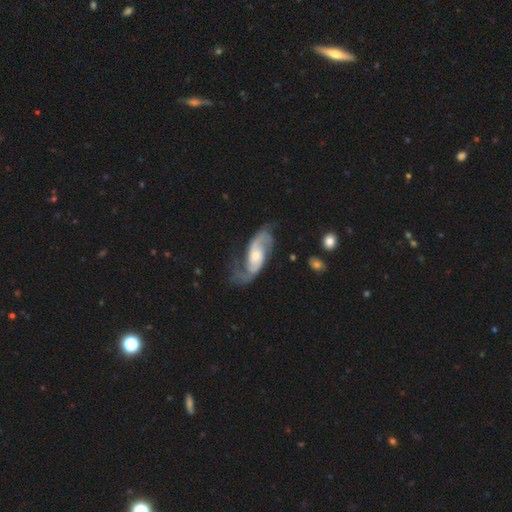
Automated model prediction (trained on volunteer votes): smooth_or_featured: featured or disk (p=0.87) [alt: smooth p=0.08]
disk_edge_on: no (p=0.95) [alt: yes p=0.05]
bar: no (p=0.54) [alt: weak p=0.35]
has_spiral_arms: yes (p=0.97) [alt: no p=0.03]
spiral_winding: medium (p=0.45) [alt: loose p=0.38]
spiral_arm_count: 2 (p=0.90) [alt: can't tell p=0.04]
bulge_size: small (p=0.49) [alt: moderate p=0.42]
merging: none (p=0.62) [alt: minor disturbance p=0.20]